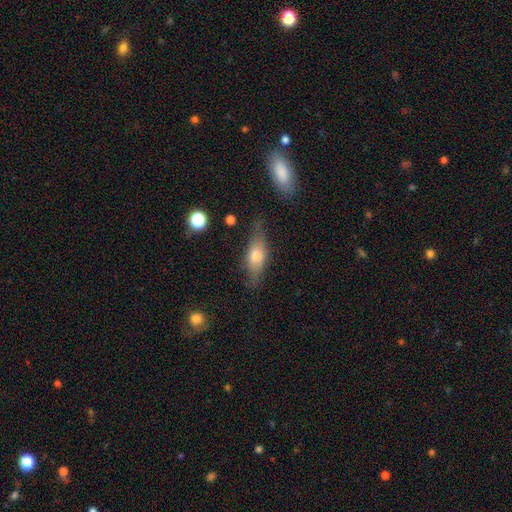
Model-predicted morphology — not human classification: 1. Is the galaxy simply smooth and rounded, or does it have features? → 54% smooth, 39% featured or disk, 8% star or artifact.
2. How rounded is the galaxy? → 63% in between, 32% cigar-shaped, 5% round.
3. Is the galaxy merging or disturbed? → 67% none, 23% minor disturbance, 7% major disturbance, 2% merger.